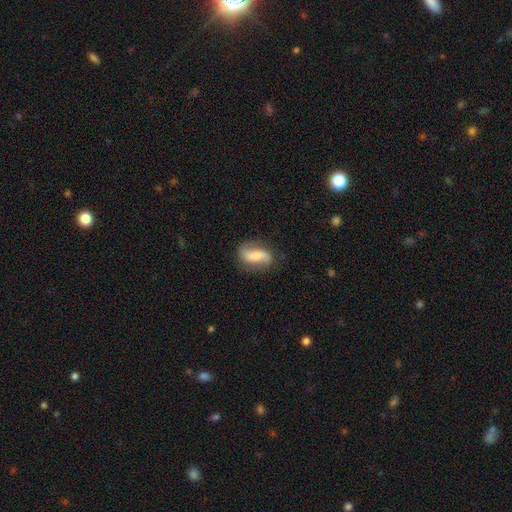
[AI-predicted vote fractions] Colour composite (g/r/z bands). It shows a featured or disk galaxy (55%) with a weak bar (34%), spiral arms (90%) and no central bulge (26%, tied with moderate). Merging: none (74%).